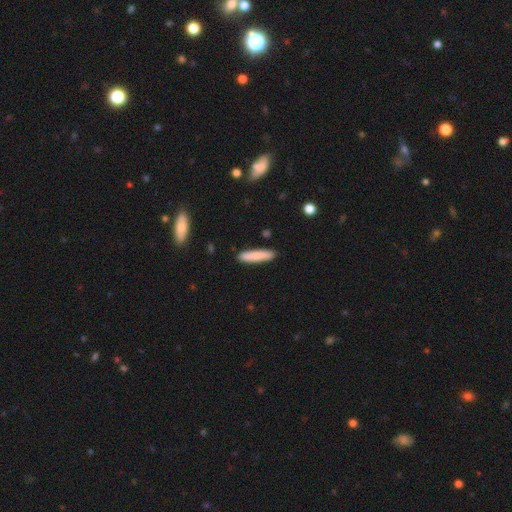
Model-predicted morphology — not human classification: smooth_or_featured: smooth (p=0.84) [alt: featured or disk p=0.10]
how_rounded: cigar-shaped (p=0.84) [alt: in between p=0.14]
merging: none (p=0.89) [alt: minor disturbance p=0.08]